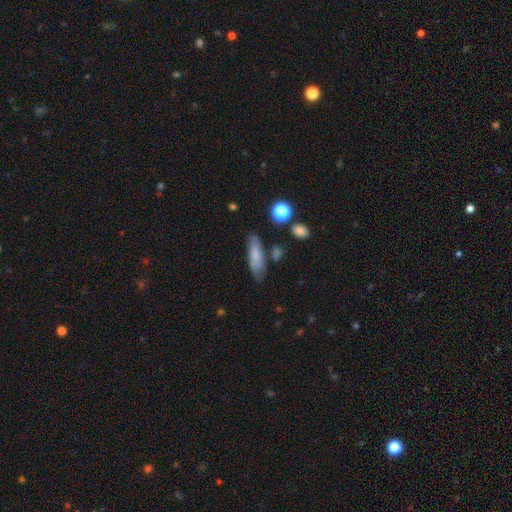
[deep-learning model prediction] Smooth or featured? smooth (71%)
How rounded? in between (50%)
Merging? none (69%)